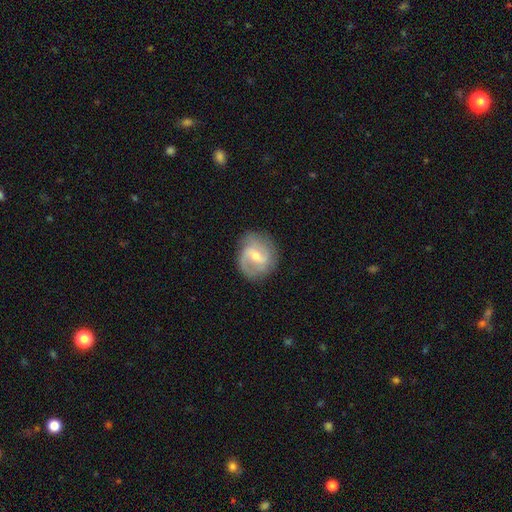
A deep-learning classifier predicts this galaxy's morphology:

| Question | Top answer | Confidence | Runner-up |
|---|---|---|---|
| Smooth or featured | featured or disk | 79% | smooth (15%) |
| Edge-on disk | no | 97% | yes (3%) |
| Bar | weak | 55% | strong (27%) |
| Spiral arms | yes | 92% | no (8%) |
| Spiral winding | medium | 47% | loose (33%) |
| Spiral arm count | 2 | 75% | can't tell (10%) |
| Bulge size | moderate | 48% | tied: small (48%) |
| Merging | none | 77% | minor disturbance (15%) |